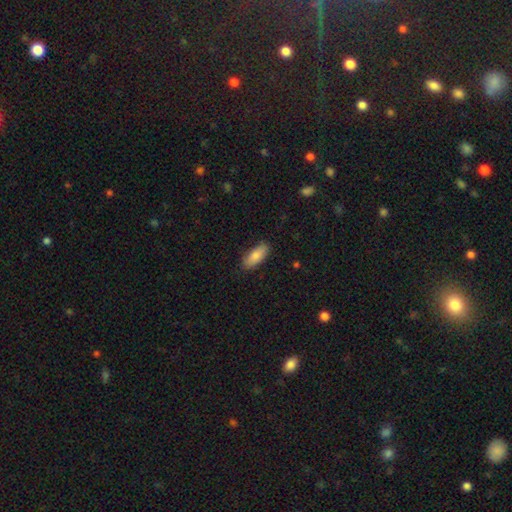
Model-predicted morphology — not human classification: Smooth or featured? smooth (84%)
How rounded? in between (83%)
Merging? none (84%)